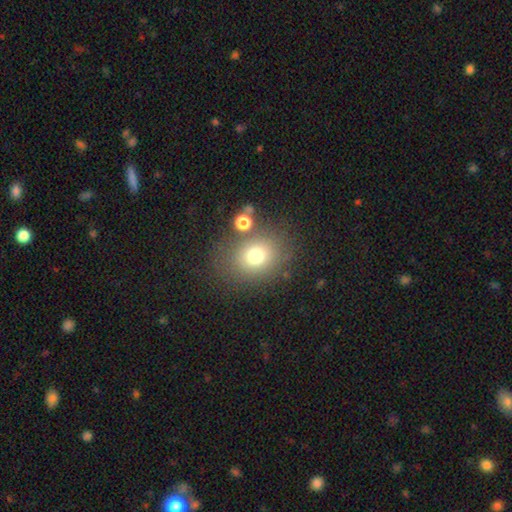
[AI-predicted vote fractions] This appears to be a smooth galaxy with no disk features (74%) that is round (63%). Merging: none (72%).